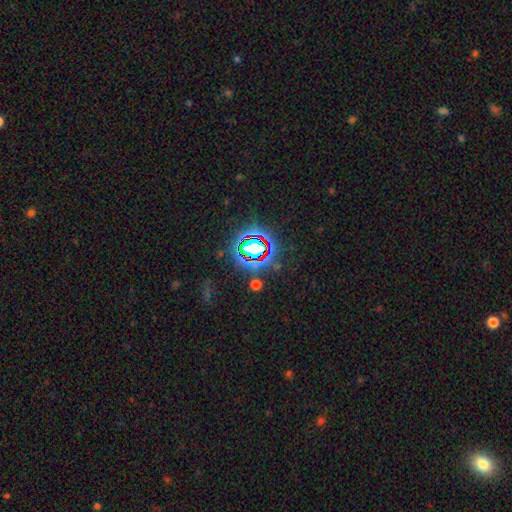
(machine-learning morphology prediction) Overall: star or artifact (78%).